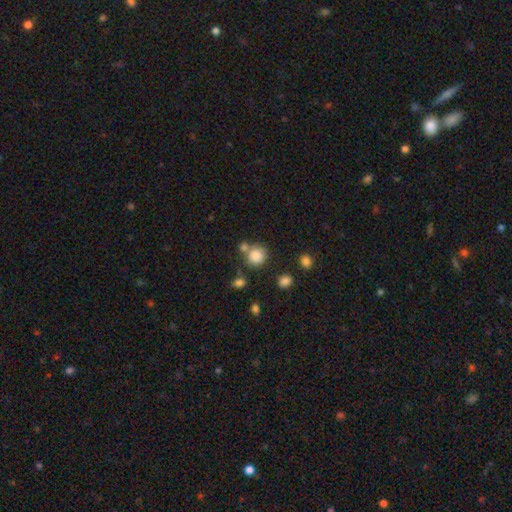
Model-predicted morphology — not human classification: Q: Smooth or featured?
A: smooth (84%); runner-up: star or artifact (11%)
Q: How rounded?
A: round (87%); runner-up: in between (12%)
Q: Merging?
A: none (65%); runner-up: merger (21%)